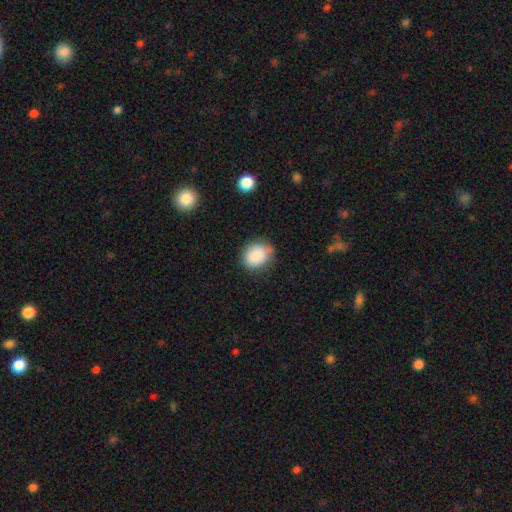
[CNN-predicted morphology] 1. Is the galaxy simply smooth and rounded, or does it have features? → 85% smooth, 8% star or artifact, 7% featured or disk.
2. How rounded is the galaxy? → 59% round, 40% in between, 1% cigar-shaped.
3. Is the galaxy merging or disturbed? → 69% none, 23% minor disturbance, 5% major disturbance, 3% merger.